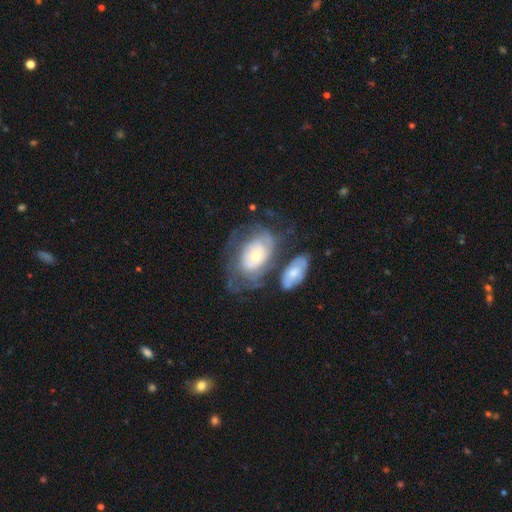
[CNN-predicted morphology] A featured or disk galaxy (64%) with no bar (82%), spiral arms (62%) and a small central bulge (48%).

Vote fractions:
- Smooth or featured? featured or disk: 64% / smooth: 30% / star or artifact: 6%
- Edge-on disk? no: 94% / yes: 6%
- Bar? no: 82% / weak: 15% / strong: 3%
- Spiral arms? yes: 62% / no: 38%
- Bulge size? small: 48% / moderate: 45% / large: 4% / dominant: 1% / none: 1%
- Merging? none: 37% / major disturbance: 23% / merger: 21% / minor disturbance: 19%